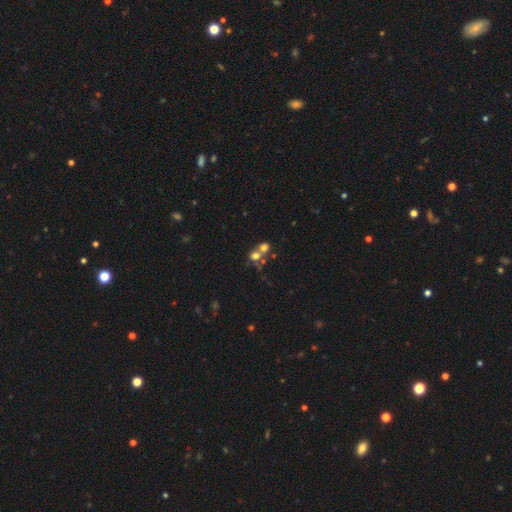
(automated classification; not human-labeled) smooth-or-featured: smooth: 63% | featured or disk: 20% | star or artifact: 17%
  how-rounded: round: 73% | in between: 26% | cigar-shaped: 1%
  merging: merger: 59% | none: 30% | minor disturbance: 6% | major disturbance: 5%